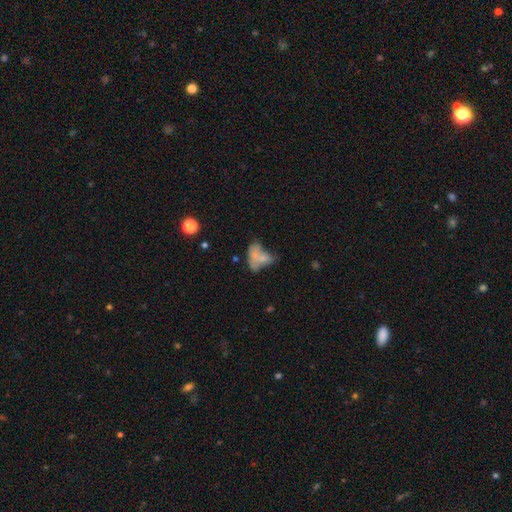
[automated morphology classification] Smooth or featured: smooth — 61% (featured or disk — 27%)
How rounded: in between — 85% (round — 12%)
Merging: merger — 42% (none — 21%)